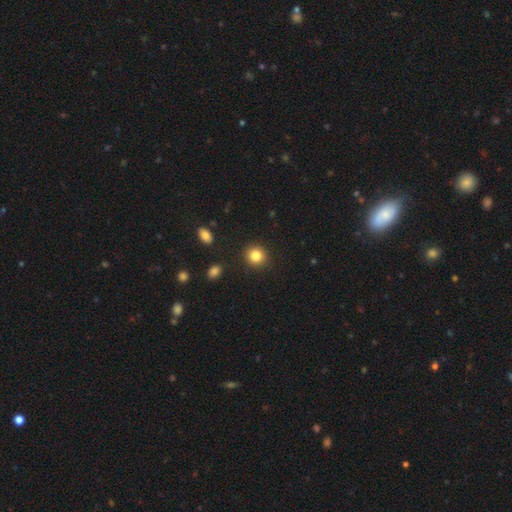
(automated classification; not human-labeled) This appears to be a smooth galaxy with no disk features (84%) that is round (90%). Merging: none (91%).